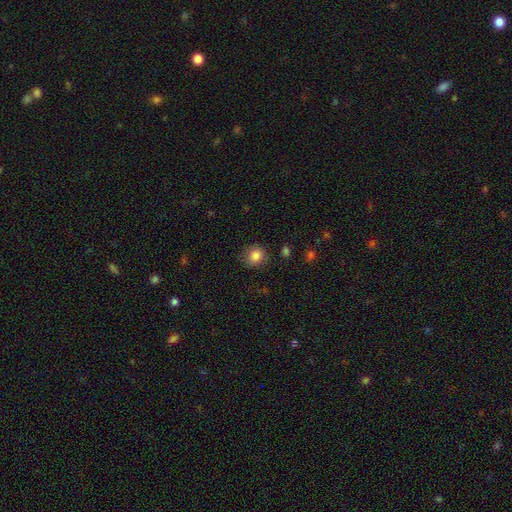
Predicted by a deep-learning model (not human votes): Morphology: type=smooth (84%); roundness=round (87%); merging=none (84%).